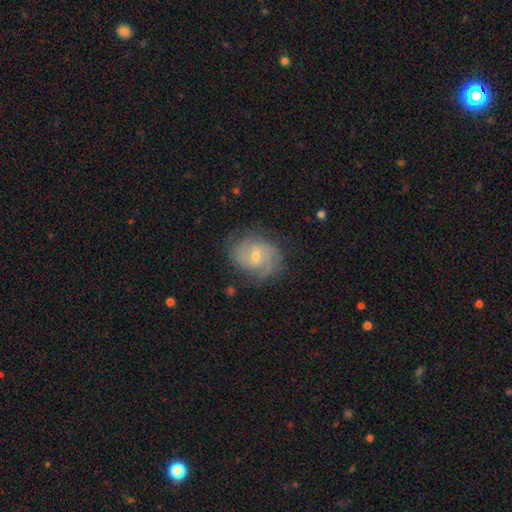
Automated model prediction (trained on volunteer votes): smooth_or_featured: featured or disk (p=0.74) [alt: smooth p=0.19]
disk_edge_on: no (p=0.97) [alt: yes p=0.03]
bar: weak (p=0.48) [alt: no p=0.44]
has_spiral_arms: yes (p=0.92) [alt: no p=0.08]
spiral_winding: medium (p=0.43) [alt: tight p=0.39]
spiral_arm_count: 2 (p=0.49) [alt: can't tell p=0.24]
bulge_size: small (p=0.59) [alt: moderate p=0.37]
merging: none (p=0.71) [alt: minor disturbance p=0.19]